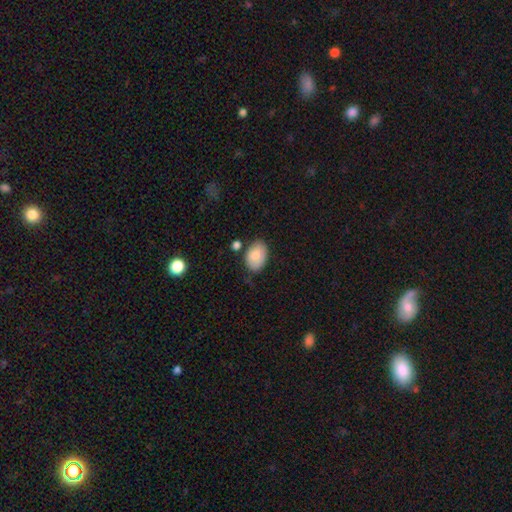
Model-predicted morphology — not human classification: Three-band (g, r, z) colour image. It shows a smooth galaxy with no disk features (85%) that is in between round and cigar-shaped (86%). Merging: none (70%).